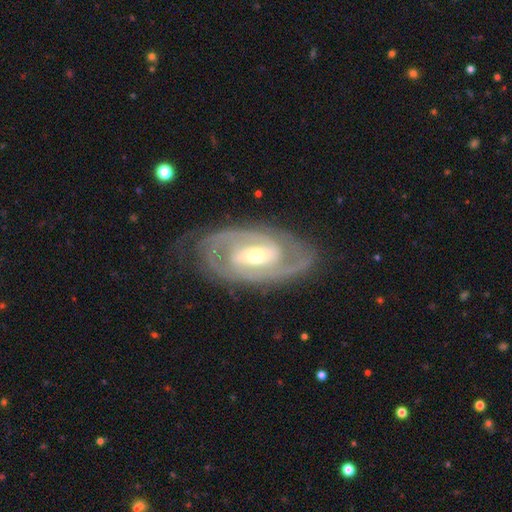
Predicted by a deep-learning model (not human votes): Morphology: type=featured or disk (90%); edge-on=no (95%); bar=weak (42%); spiral arms=yes (96%); winding=tight (59%); arm count=2 (73%); bulge=moderate (53%); merging=none (77%).